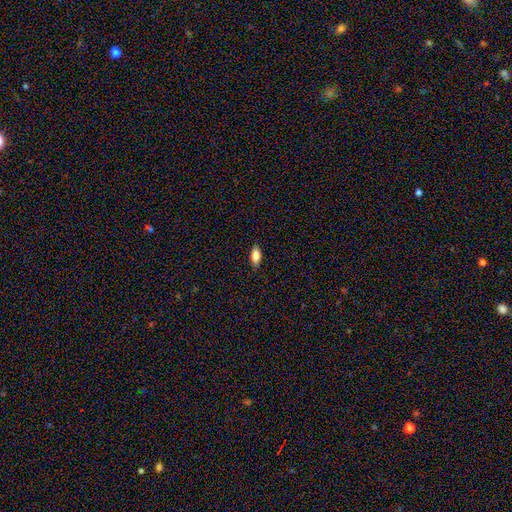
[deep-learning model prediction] smooth_or_featured: smooth (p=0.82) [alt: featured or disk p=0.11]
how_rounded: in between (p=0.86) [alt: cigar-shaped p=0.11]
merging: none (p=0.88) [alt: minor disturbance p=0.09]